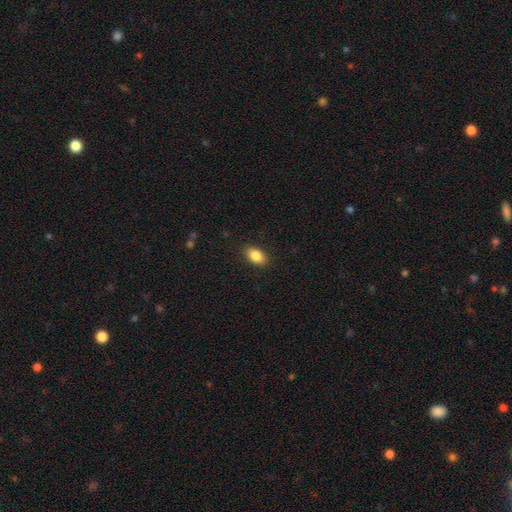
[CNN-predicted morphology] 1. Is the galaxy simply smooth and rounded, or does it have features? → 87% smooth, 8% star or artifact, 6% featured or disk.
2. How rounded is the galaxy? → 89% in between, 8% round, 3% cigar-shaped.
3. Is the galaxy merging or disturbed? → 88% none, 8% minor disturbance, 2% major disturbance, 1% merger.